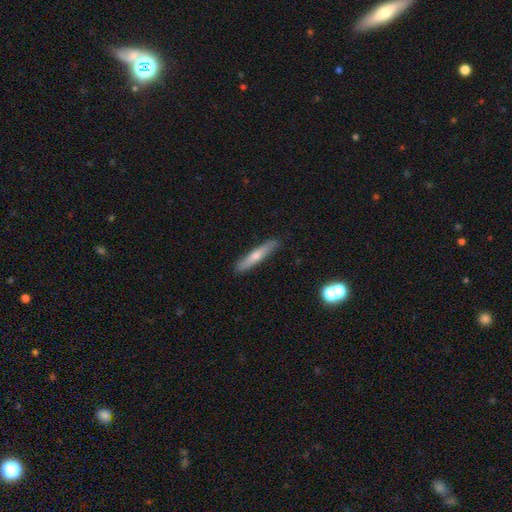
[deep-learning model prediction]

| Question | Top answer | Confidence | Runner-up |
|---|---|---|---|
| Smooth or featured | smooth | 53% | featured or disk (40%) |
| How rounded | cigar-shaped | 92% | in between (6%) |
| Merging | none | 89% | minor disturbance (7%) |